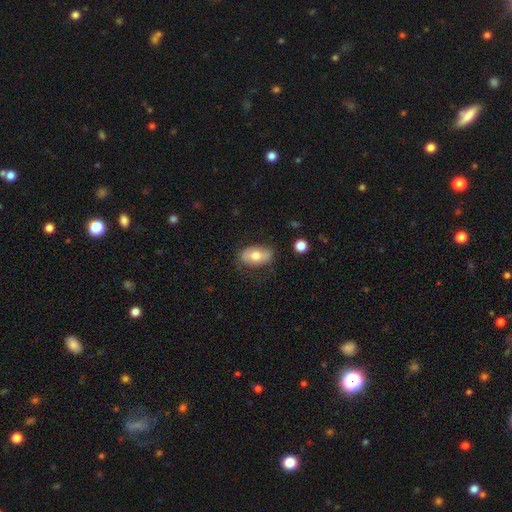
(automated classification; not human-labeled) Smooth or featured: smooth — 65% (featured or disk — 28%)
How rounded: in between — 90% (round — 8%)
Merging: none — 73% (minor disturbance — 20%)